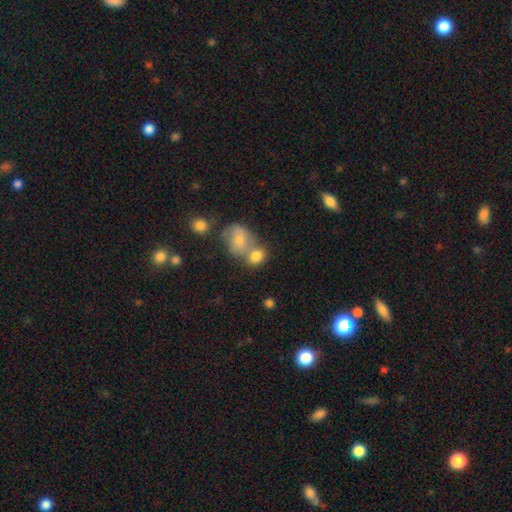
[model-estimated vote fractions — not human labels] smooth-or-featured: smooth: 79% | featured or disk: 12% | star or artifact: 9%
  how-rounded: round: 51% | in between: 48% | cigar-shaped: 1%
  merging: merger: 51% | none: 35% | minor disturbance: 10% | major disturbance: 4%